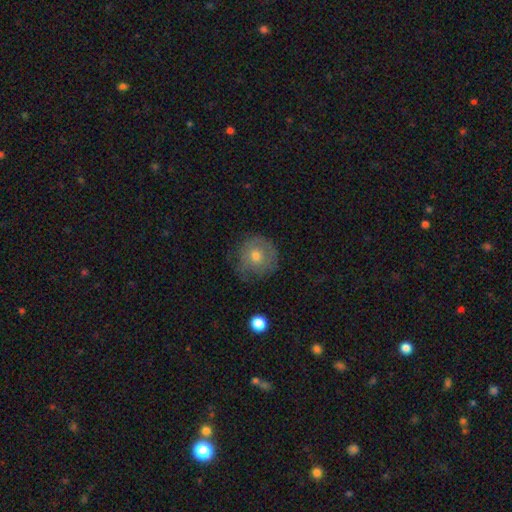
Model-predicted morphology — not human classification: Smooth or featured? smooth (64%)
How rounded? round (90%)
Merging? none (65%)